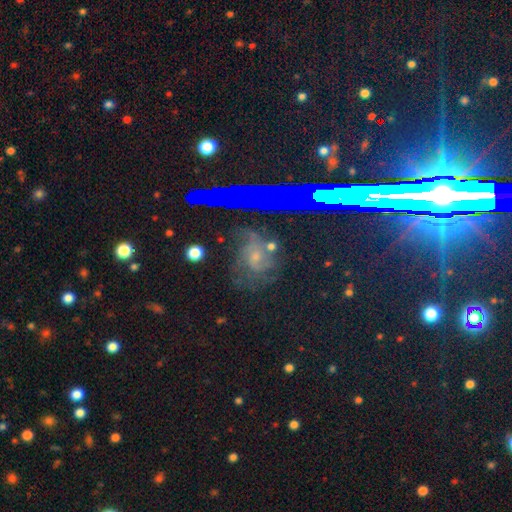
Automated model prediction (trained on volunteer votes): Smooth or featured? featured or disk (40%)
Merging? none (65%)